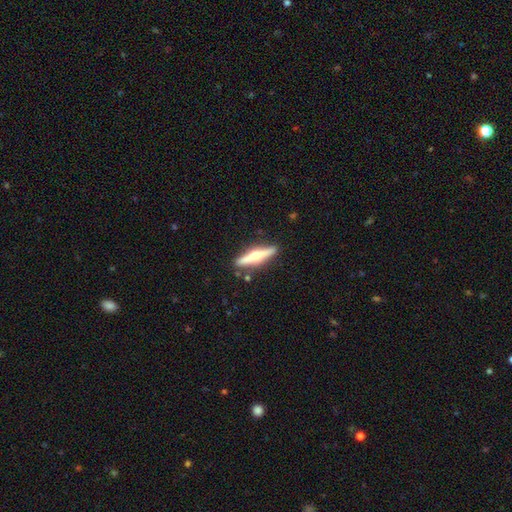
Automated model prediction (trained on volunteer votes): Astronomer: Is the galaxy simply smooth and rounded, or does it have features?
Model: featured or disk — 68%.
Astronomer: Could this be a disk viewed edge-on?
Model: yes — 97%.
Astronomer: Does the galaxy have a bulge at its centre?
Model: rounded — 93%.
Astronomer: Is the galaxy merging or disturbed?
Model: none — 88%.